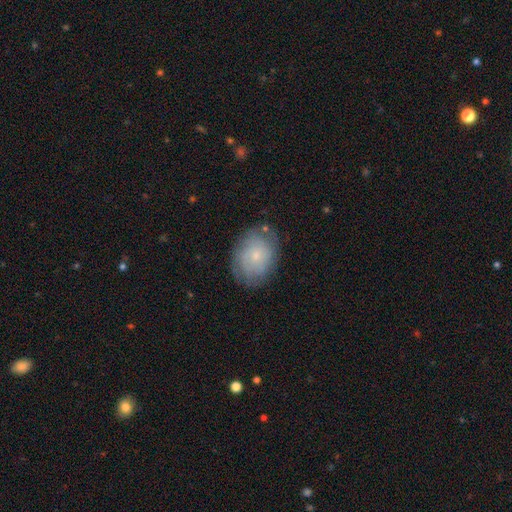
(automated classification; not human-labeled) Smooth or featured?
  - featured or disk: 46% *
  - smooth: 45%
  - star or artifact: 8%
Merging?
  - none: 74% *
  - minor disturbance: 18%
  - major disturbance: 6%
  - merger: 2%